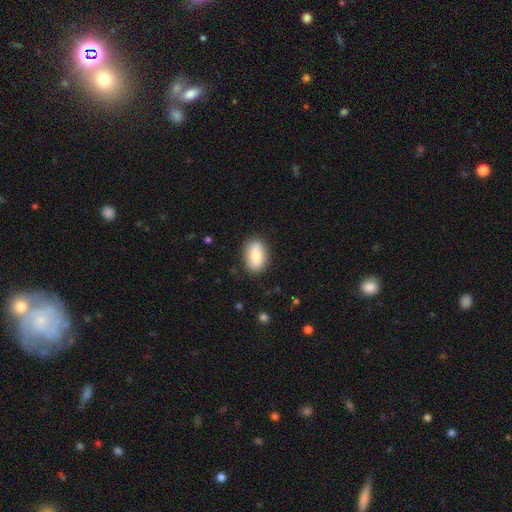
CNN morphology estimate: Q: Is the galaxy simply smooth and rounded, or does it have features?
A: smooth — 72%.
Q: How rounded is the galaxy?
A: in between — 88%.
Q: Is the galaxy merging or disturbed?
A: none — 82%.